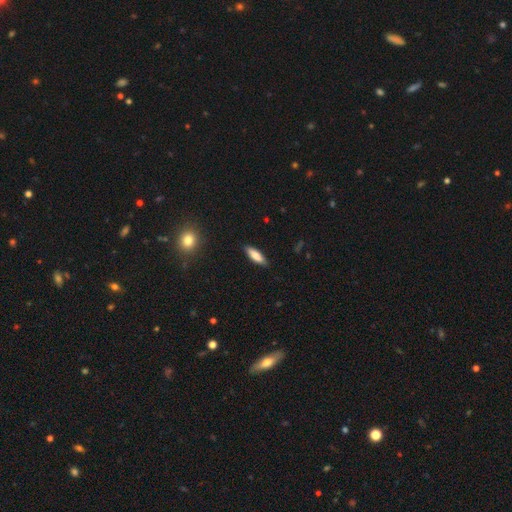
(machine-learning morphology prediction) type=smooth (79%); roundness=cigar-shaped (53%); merging=none (86%).